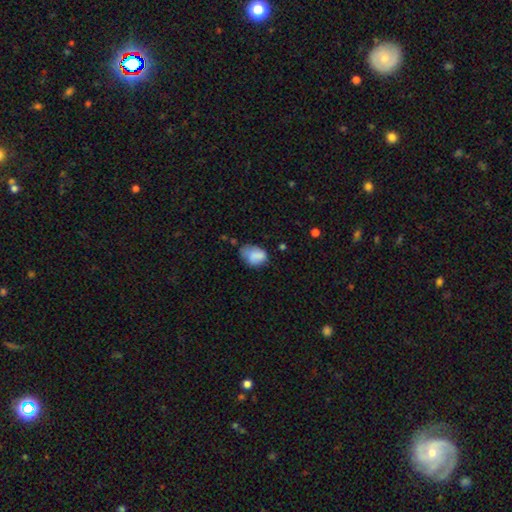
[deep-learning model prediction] This is clearly a smooth galaxy (81%). How rounded: likely in between (78%). Merging: marginally minor disturbance (41%).